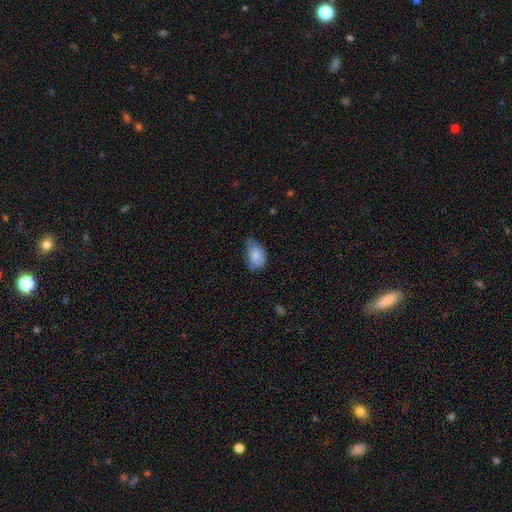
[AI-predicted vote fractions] Smooth or featured: smooth — 77% (featured or disk — 15%)
How rounded: in between — 88% (round — 11%)
Merging: minor disturbance — 47% (none — 36%)